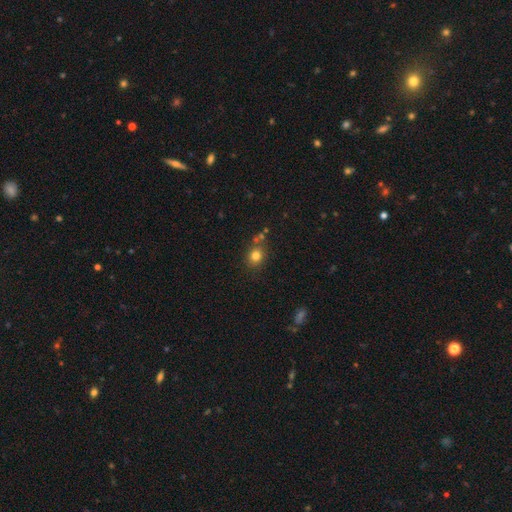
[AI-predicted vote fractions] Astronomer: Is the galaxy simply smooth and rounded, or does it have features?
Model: smooth — 79%.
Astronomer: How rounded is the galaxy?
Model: round — 73%.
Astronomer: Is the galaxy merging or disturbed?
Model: none — 72%.